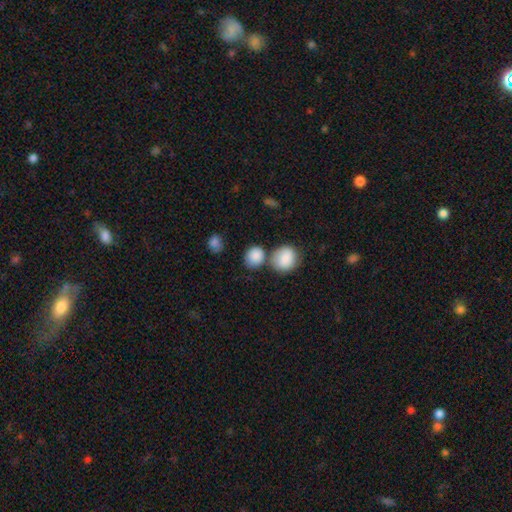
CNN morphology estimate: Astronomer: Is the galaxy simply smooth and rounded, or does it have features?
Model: smooth — 86%.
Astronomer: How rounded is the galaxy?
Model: round — 64%.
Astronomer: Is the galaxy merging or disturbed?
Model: none — 56%.